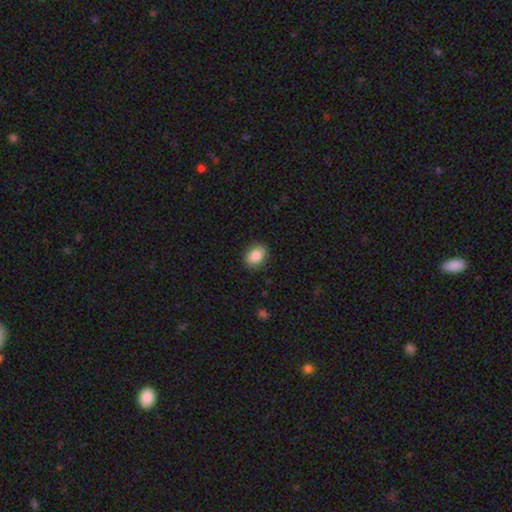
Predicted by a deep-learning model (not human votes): Morphology: type=smooth (87%); roundness=in between (79%); merging=none (88%).